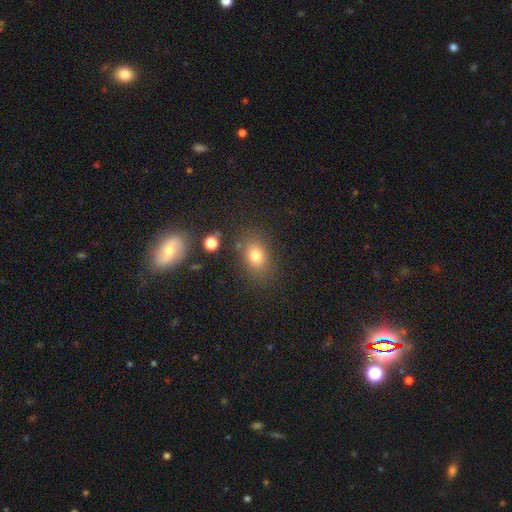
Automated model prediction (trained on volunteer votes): This appears to be a smooth galaxy with no disk features (76%) that is in between round and cigar-shaped (70%). Merging: none (77%).